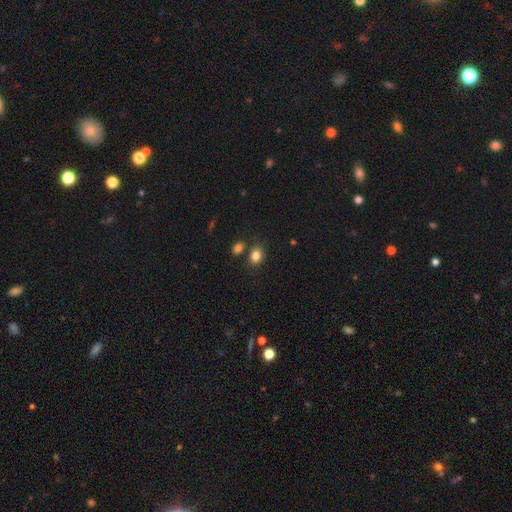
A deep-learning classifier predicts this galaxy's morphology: A smooth galaxy with no disk features (83%) that is in between round and cigar-shaped (66%).

Vote fractions:
- Smooth or featured? smooth: 83% / star or artifact: 10% / featured or disk: 6%
- How rounded? in between: 66% / round: 33% / cigar-shaped: 1%
- Merging? none: 72% / merger: 12% / minor disturbance: 12% / major disturbance: 4%